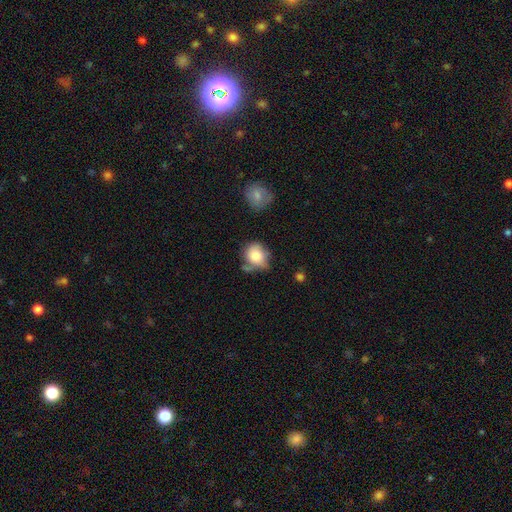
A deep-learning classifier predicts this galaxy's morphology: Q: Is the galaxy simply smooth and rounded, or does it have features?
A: smooth — 80%.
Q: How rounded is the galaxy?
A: round — 67%.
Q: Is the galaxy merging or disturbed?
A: none — 47%.